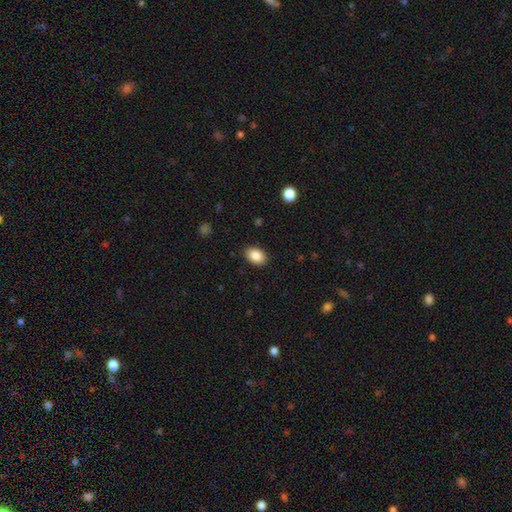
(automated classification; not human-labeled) Smooth or featured: smooth — 87% (star or artifact — 8%)
How rounded: in between — 82% (round — 17%)
Merging: none — 89% (minor disturbance — 8%)